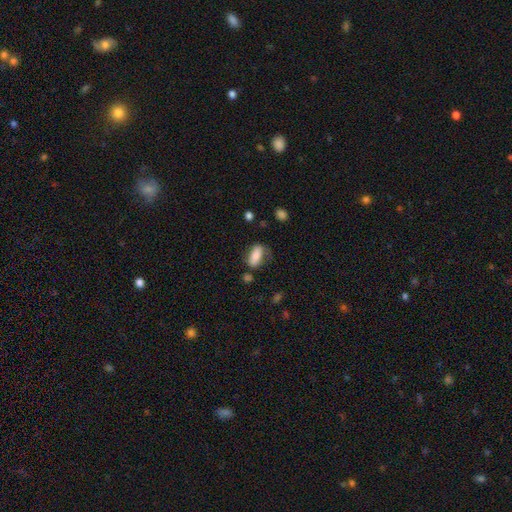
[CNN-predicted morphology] Smooth or featured? Predicted: smooth (p=0.80). How rounded? Predicted: in between (p=0.82). Merging? Predicted: none (p=0.57).